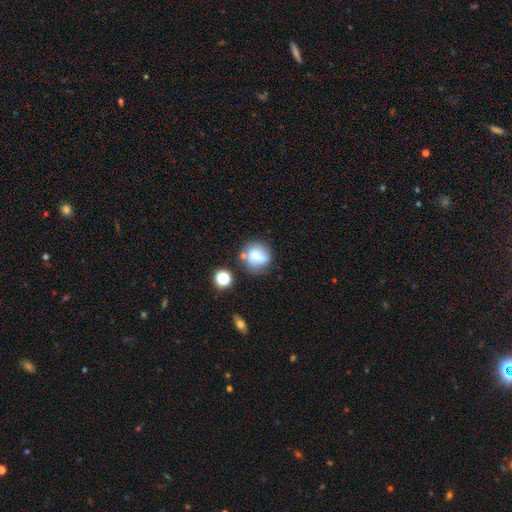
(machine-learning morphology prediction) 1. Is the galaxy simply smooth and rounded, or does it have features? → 62% smooth, 27% featured or disk, 11% star or artifact.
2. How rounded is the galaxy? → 84% round, 15% in between, 1% cigar-shaped.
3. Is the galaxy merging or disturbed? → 63% none, 19% minor disturbance, 11% merger, 7% major disturbance.